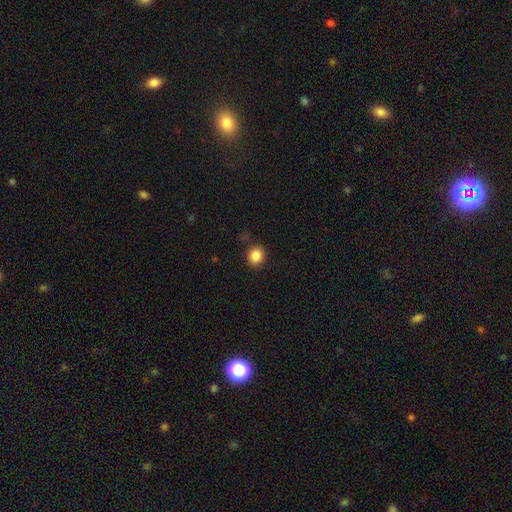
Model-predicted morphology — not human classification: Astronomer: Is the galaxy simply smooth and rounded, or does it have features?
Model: smooth — 86%.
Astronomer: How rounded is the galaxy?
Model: round — 80%.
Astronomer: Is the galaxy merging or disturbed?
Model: none — 88%.